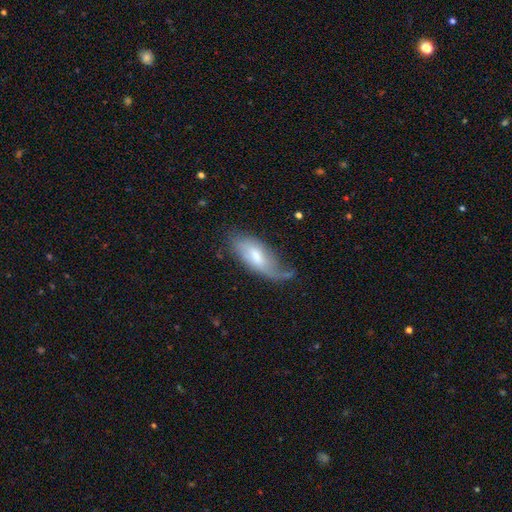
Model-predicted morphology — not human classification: A featured or disk galaxy (48%).

Vote fractions:
- Smooth or featured? featured or disk: 48% / smooth: 45% / star or artifact: 7%
- Merging? none: 38% / minor disturbance: 34% / major disturbance: 24% / merger: 4%